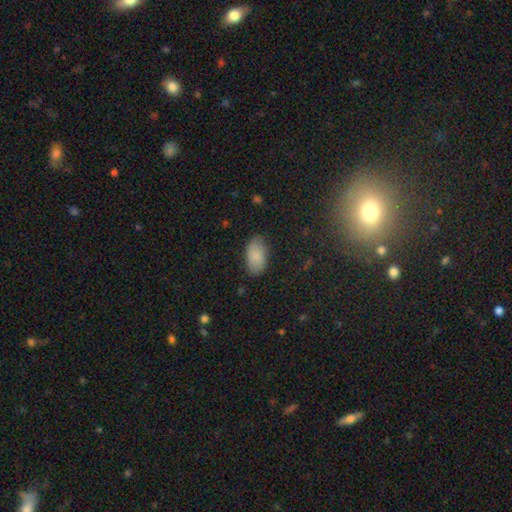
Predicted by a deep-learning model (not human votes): smooth_or_featured: smooth (p=0.84) [alt: featured or disk p=0.09]
how_rounded: in between (p=0.94) [alt: round p=0.04]
merging: none (p=0.80) [alt: minor disturbance p=0.15]